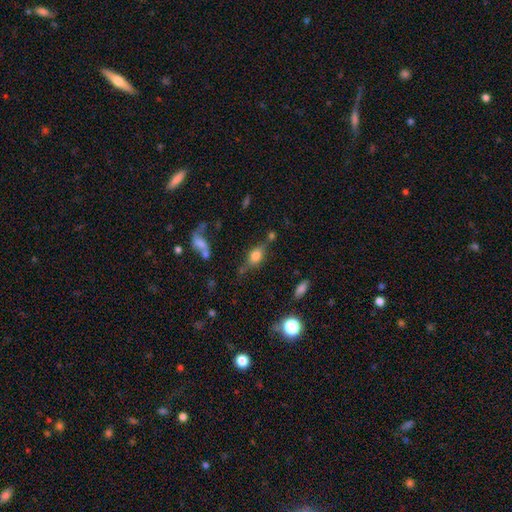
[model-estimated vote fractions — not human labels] Morphology: type=smooth (65%); roundness=in between (74%); merging=none (60%).